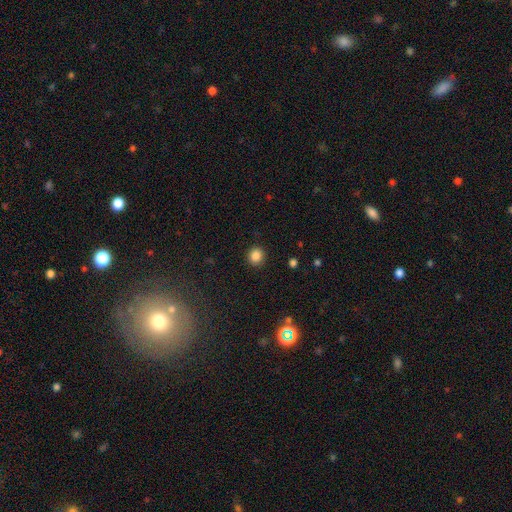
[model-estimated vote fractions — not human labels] Smooth or featured? Predicted: smooth (p=0.86). How rounded? Predicted: round (p=0.87). Merging? Predicted: none (p=0.91).